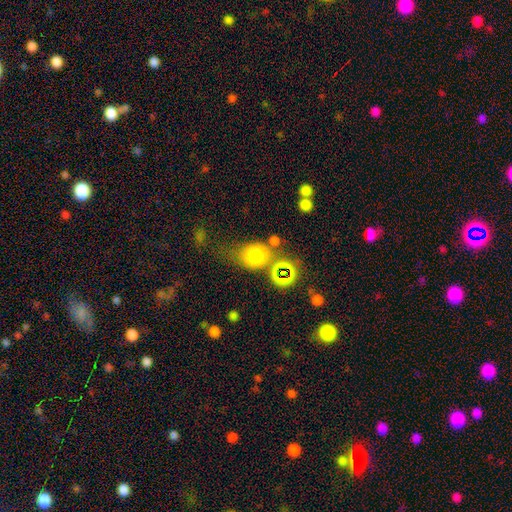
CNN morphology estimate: smooth 69%, star or artifact 19%, featured or disk 12%. Down the decision tree: how rounded — in between (54%); merging — none (46%).